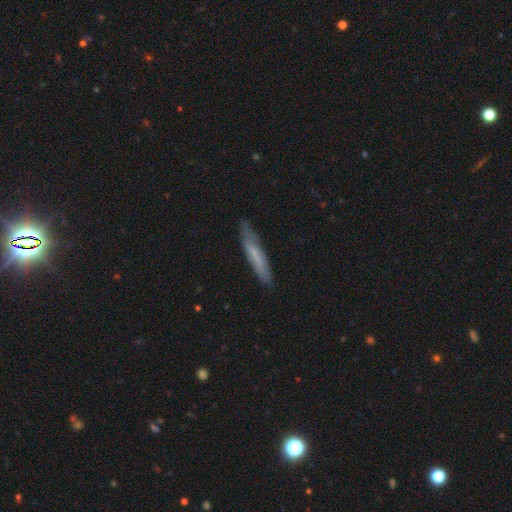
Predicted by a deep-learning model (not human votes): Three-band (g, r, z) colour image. It shows a smooth galaxy with no disk features (59%) that is cigar-shaped (89%). Merging: none (74%).